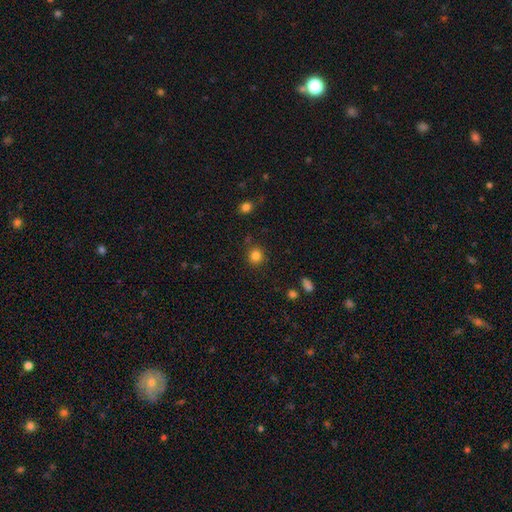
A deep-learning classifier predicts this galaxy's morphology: A smooth galaxy with no disk features (83%) that is round (90%). Merging: none (85%).